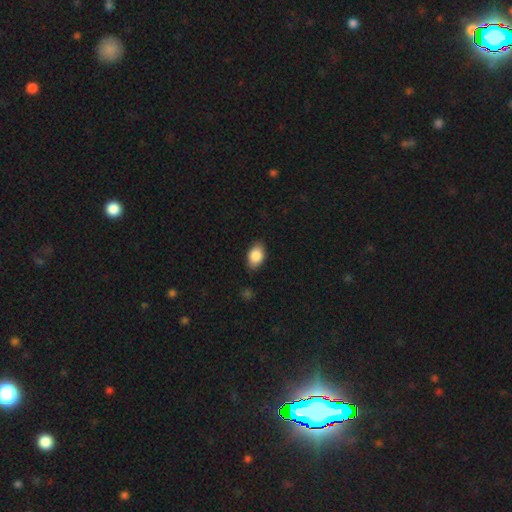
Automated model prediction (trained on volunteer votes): Smooth or featured? Predicted: smooth (p=0.87). How rounded? Predicted: in between (p=0.89). Merging? Predicted: none (p=0.84).